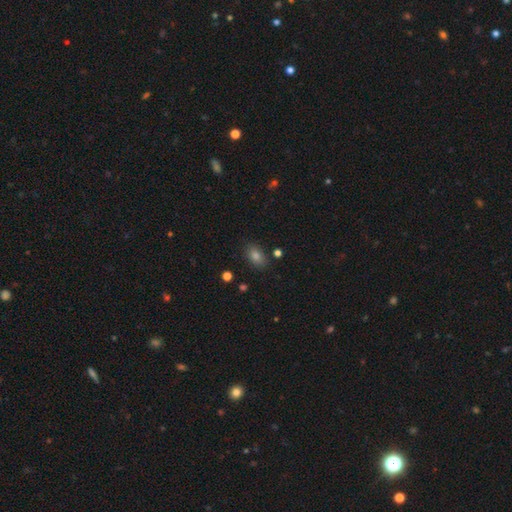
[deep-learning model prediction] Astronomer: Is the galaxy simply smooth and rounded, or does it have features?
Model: smooth — 77%.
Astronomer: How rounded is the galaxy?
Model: in between — 81%.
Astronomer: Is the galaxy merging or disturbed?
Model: none — 85%.